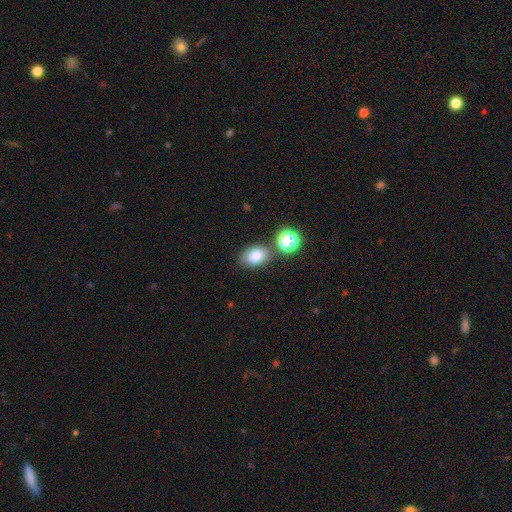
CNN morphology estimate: Smooth or featured?
  - smooth: 79% *
  - star or artifact: 13%
  - featured or disk: 9%
How rounded?
  - in between: 77% *
  - round: 22%
  - cigar-shaped: 1%
Merging?
  - none: 70% *
  - minor disturbance: 14%
  - merger: 12%
  - major disturbance: 4%